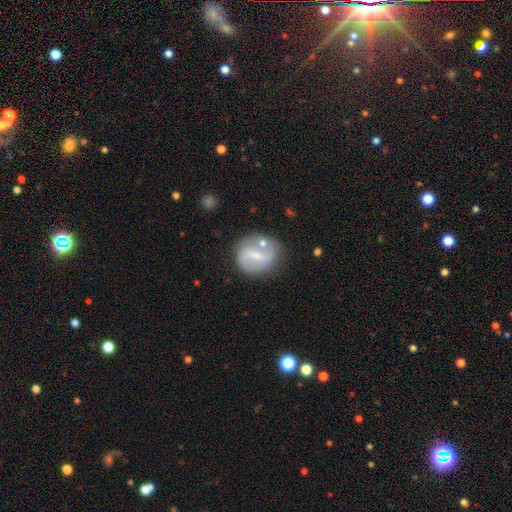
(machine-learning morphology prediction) Smooth or featured?
  - featured or disk: 55% *
  - smooth: 37%
  - star or artifact: 7%
Edge-on disk?
  - no: 95% *
  - yes: 5%
Bar?
  - strong: 44% *
  - weak: 40%
  - no: 16%
Spiral arms?
  - yes: 53% *
  - no: 47%
Bulge size?
  - small: 51% *
  - moderate: 28%
  - none: 18%
  - large: 3%
  - dominant: 1%
Merging?
  - none: 66% *
  - minor disturbance: 18%
  - merger: 9%
  - major disturbance: 7%